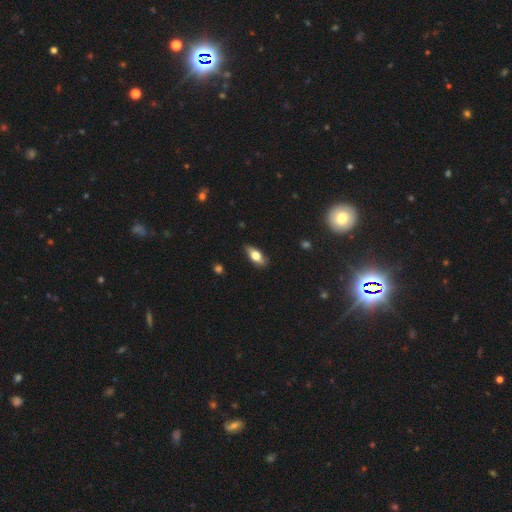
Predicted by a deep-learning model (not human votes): smooth_or_featured: smooth (p=0.68) [alt: featured or disk p=0.25]
how_rounded: in between (p=0.81) [alt: cigar-shaped p=0.15]
merging: none (p=0.82) [alt: minor disturbance p=0.14]